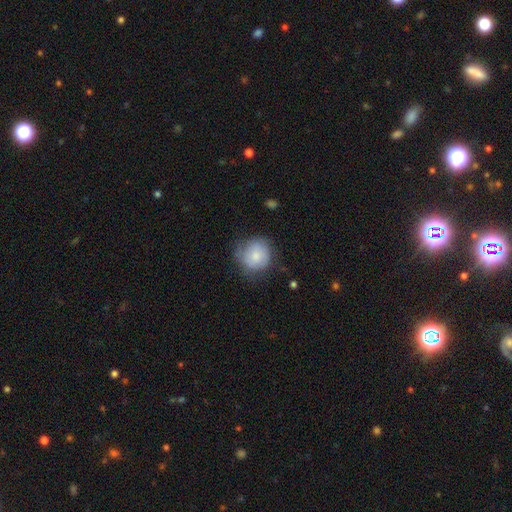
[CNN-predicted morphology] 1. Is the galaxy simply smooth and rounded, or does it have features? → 78% smooth, 15% featured or disk, 7% star or artifact.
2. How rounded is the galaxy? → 88% round, 11% in between, 1% cigar-shaped.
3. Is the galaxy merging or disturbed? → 62% none, 28% minor disturbance, 9% major disturbance, 2% merger.